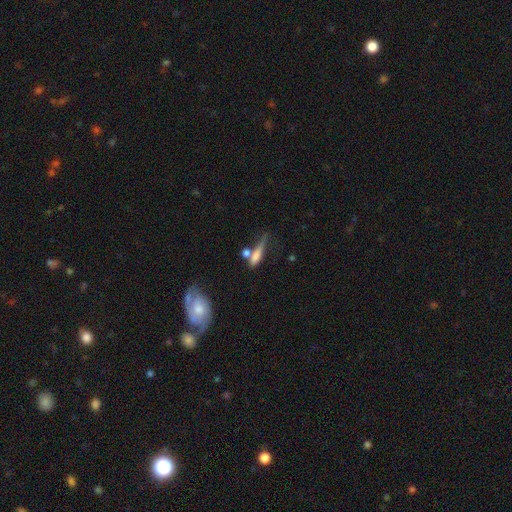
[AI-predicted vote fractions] Smooth or featured: smooth — 64% (featured or disk — 26%)
How rounded: cigar-shaped — 63% (in between — 32%)
Merging: none — 37% (merger — 30%)